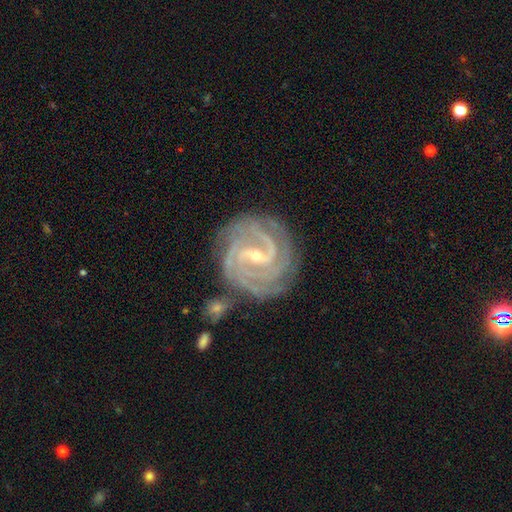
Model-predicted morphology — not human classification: smooth_or_featured: featured or disk (p=0.91) [alt: star or artifact p=0.06]
disk_edge_on: no (p=0.98) [alt: yes p=0.02]
bar: strong (p=0.46) [alt: weak p=0.41]
has_spiral_arms: yes (p=0.99) [alt: no p=0.01]
spiral_winding: tight (p=0.75) [alt: medium p=0.22]
spiral_arm_count: 3 (p=0.33) [alt: 4 p=0.26]
bulge_size: small (p=0.64) [alt: moderate p=0.33]
merging: none (p=0.78) [alt: minor disturbance p=0.14]